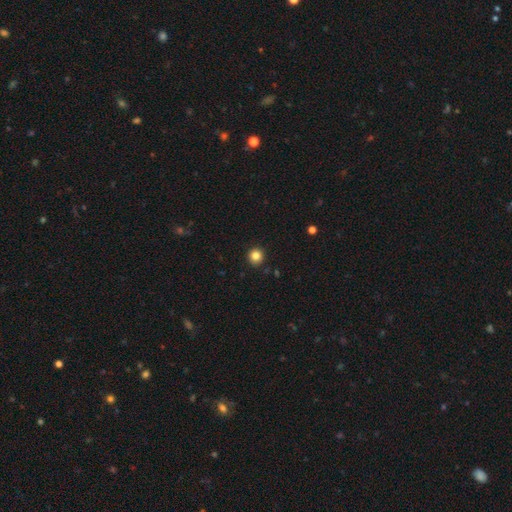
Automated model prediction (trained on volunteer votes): smooth-or-featured: smooth: 84% | star or artifact: 11% | featured or disk: 5%
  how-rounded: round: 95% | in between: 4% | cigar-shaped: 1%
  merging: none: 93% | minor disturbance: 5% | major disturbance: 2% | merger: 1%